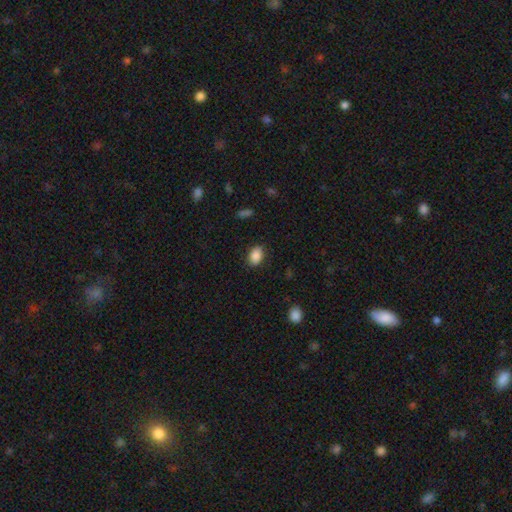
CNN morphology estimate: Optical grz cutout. It shows a smooth galaxy with no disk features (88%) that is in between round and cigar-shaped (79%). Merging: none (84%).